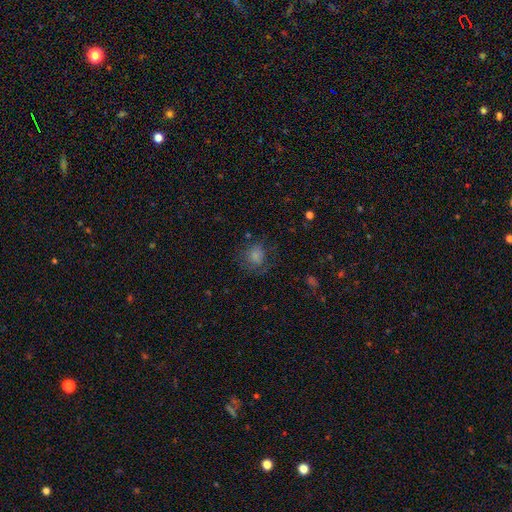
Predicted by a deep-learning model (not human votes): This appears to be a smooth galaxy with no disk features (74%) that is round (74%). Merging: none (61%).